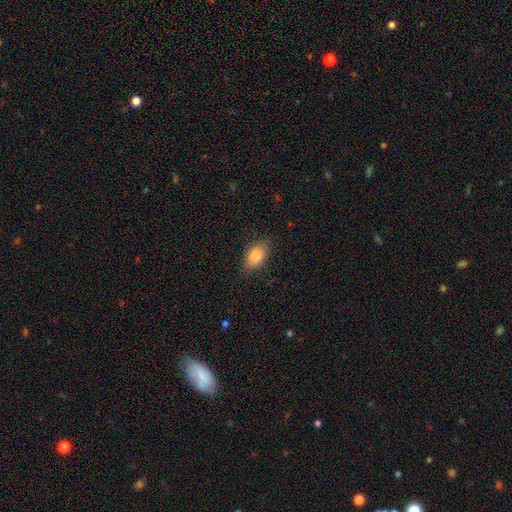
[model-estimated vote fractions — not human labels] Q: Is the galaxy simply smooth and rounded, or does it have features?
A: smooth — 86%.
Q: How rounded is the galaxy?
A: in between — 90%.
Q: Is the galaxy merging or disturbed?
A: none — 76%.